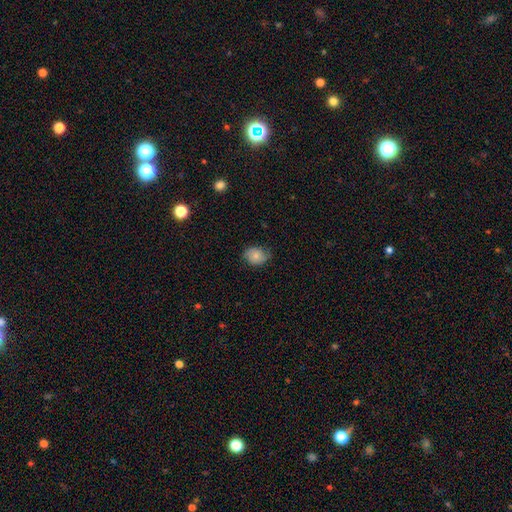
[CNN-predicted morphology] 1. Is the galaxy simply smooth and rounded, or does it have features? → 71% smooth, 21% featured or disk, 8% star or artifact.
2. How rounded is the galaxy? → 53% in between, 46% round, 1% cigar-shaped.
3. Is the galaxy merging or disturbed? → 66% none, 26% minor disturbance, 6% major disturbance, 1% merger.